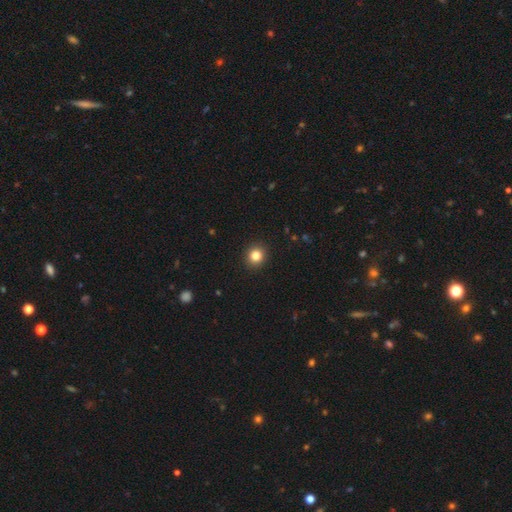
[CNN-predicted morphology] Smooth or featured? smooth (83%)
How rounded? round (85%)
Merging? none (92%)